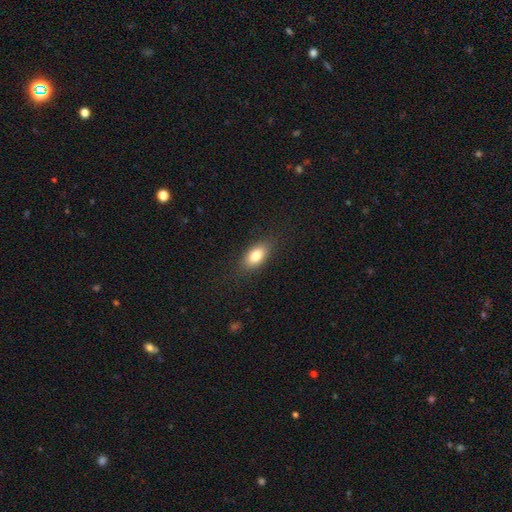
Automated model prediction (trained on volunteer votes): This appears to be a smooth galaxy with no disk features (82%) that is in between round and cigar-shaped (88%). Merging: none (85%).